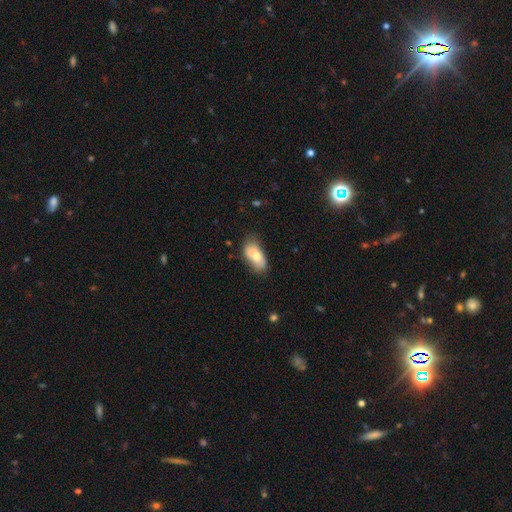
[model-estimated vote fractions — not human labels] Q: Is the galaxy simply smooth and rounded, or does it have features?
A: smooth — 75%.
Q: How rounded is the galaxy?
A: in between — 91%.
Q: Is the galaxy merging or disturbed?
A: none — 69%.